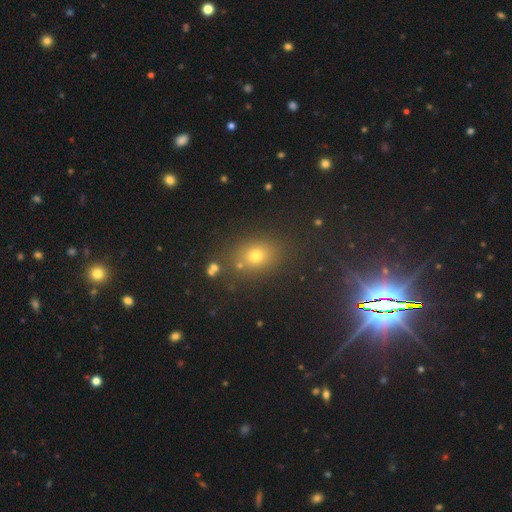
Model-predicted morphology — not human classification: A smooth galaxy with no disk features (67%) that is round (54%). Merging: none (79%).